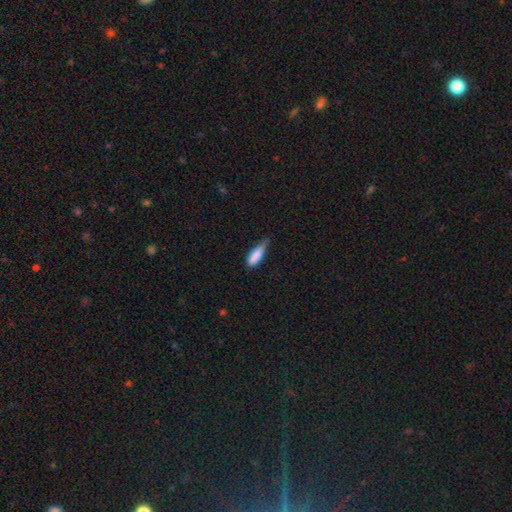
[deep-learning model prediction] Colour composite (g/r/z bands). It shows a smooth galaxy with no disk features (82%) that is in between round and cigar-shaped (51%). Merging: minor disturbance (51%).